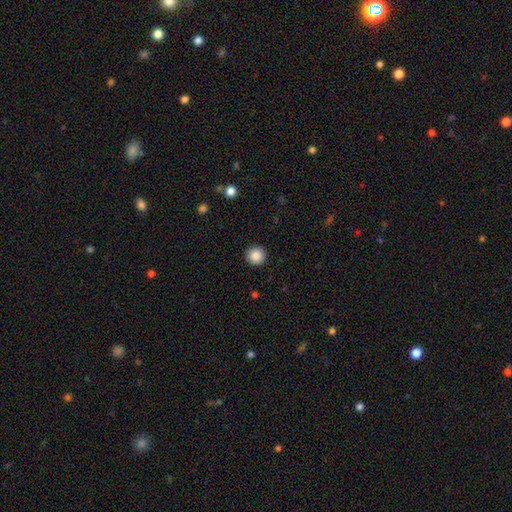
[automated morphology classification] A smooth galaxy with no disk features (88%) that is round (96%).

Vote fractions:
- Smooth or featured? smooth: 88% / star or artifact: 9% / featured or disk: 3%
- How rounded? round: 96% / in between: 3% / cigar-shaped: 1%
- Merging? none: 93% / minor disturbance: 5% / major disturbance: 2% / merger: 1%